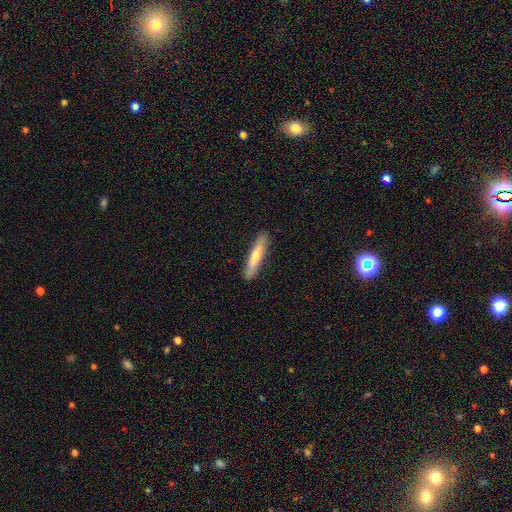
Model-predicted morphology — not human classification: This appears to be a smooth galaxy with no disk features (61%) that is cigar-shaped (88%). Merging: none (89%).